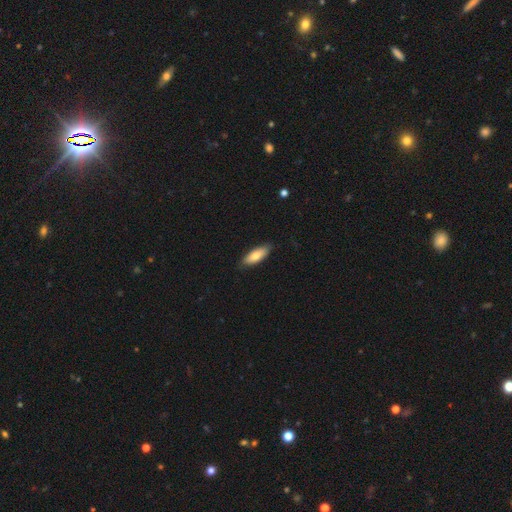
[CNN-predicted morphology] Q: Smooth or featured?
A: smooth (78%); runner-up: featured or disk (16%)
Q: How rounded?
A: in between (70%); runner-up: cigar-shaped (28%)
Q: Merging?
A: none (84%); runner-up: minor disturbance (13%)